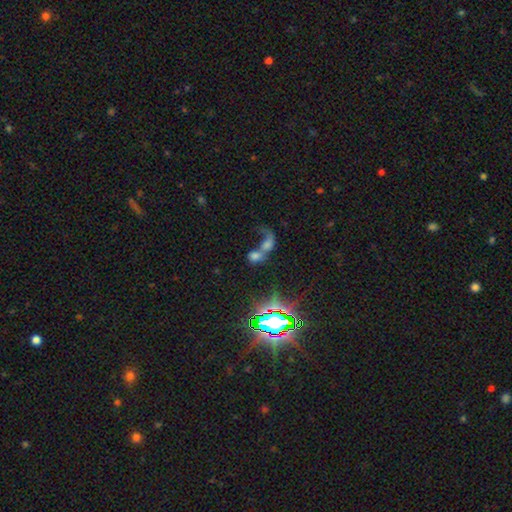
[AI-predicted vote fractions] smooth-or-featured: smooth: 47% | featured or disk: 27% | star or artifact: 26%
  merging: merger: 75% | none: 11% | major disturbance: 10% | minor disturbance: 4%